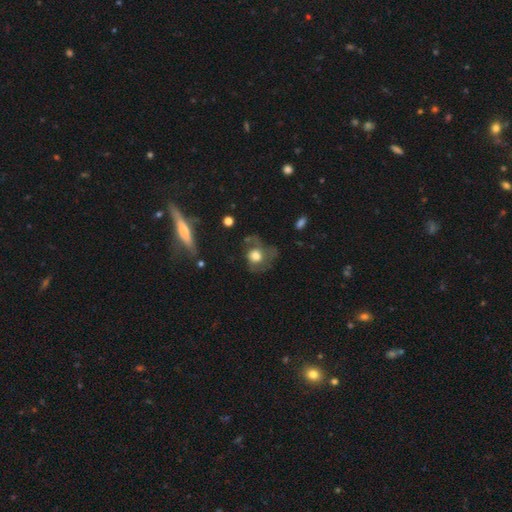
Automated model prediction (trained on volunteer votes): This appears to be a smooth galaxy with no disk features (49%). Merging: none (38%, tied with major disturbance).